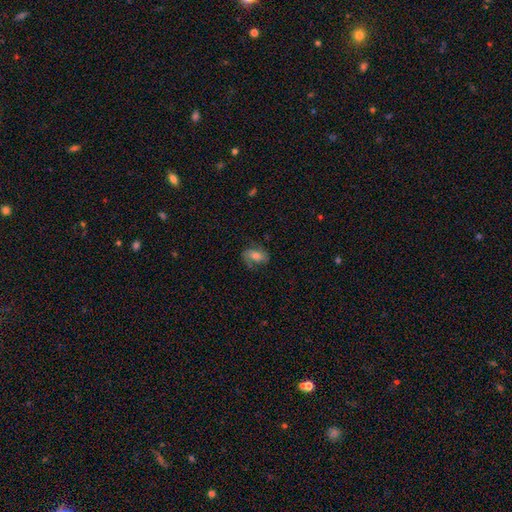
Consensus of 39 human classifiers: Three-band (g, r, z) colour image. It shows a featured or disk galaxy (56%) with no bar (48%), 2 (73%) loose (53%) spiral arms (71%) and a moderate central bulge (62%). Merging: none (77%).